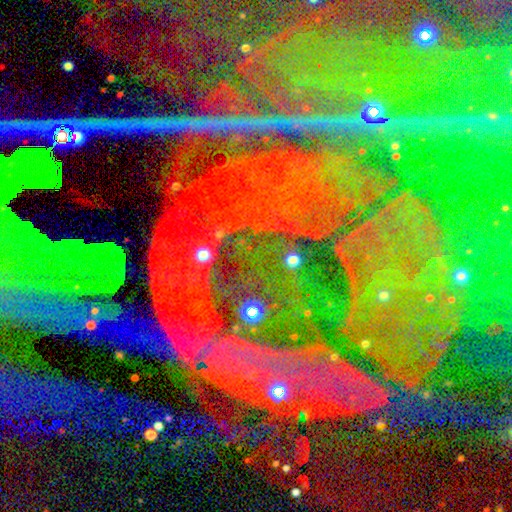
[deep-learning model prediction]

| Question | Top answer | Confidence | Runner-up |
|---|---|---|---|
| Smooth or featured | star or artifact | 79% | smooth (10%) |